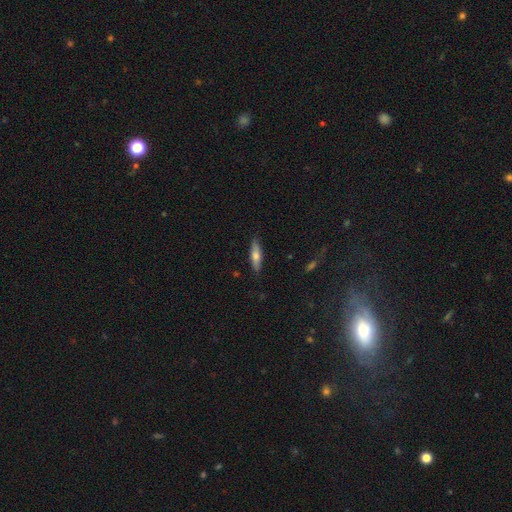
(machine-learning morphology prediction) type=smooth (60%); roundness=cigar-shaped (64%); merging=none (85%).